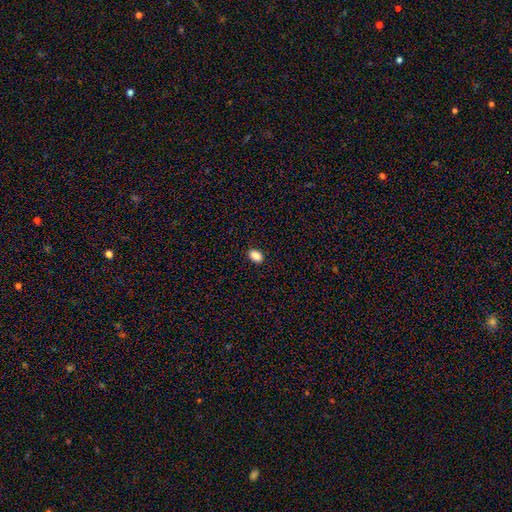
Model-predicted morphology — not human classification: Overall: smooth (89%). How rounded: in between (87%). Merging: none (90%).